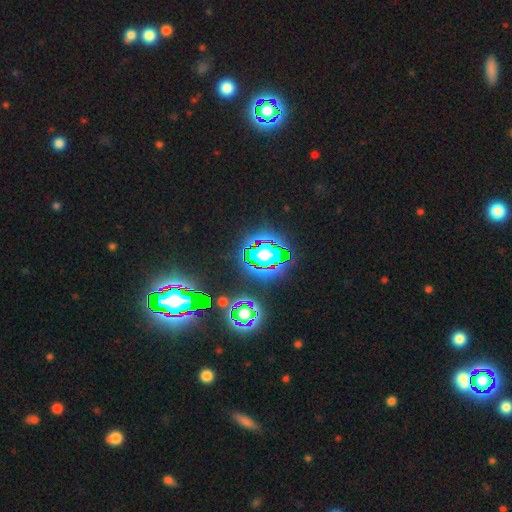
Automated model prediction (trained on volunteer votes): Smooth or featured: star or artifact — 82% (smooth — 10%)